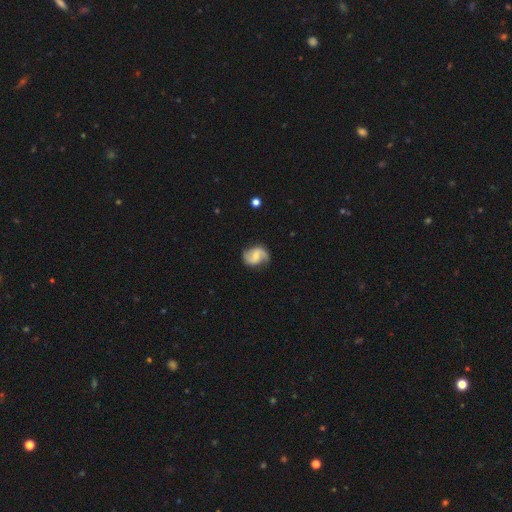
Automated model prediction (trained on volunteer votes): Smooth or featured? featured or disk (78%)
Edge-on disk? no (98%)
Bar? weak (46%)
Spiral arms? yes (95%)
Spiral winding? medium (44%)
Spiral arm count? 2 (91%)
Bulge size? small (46%)
Merging? none (78%)